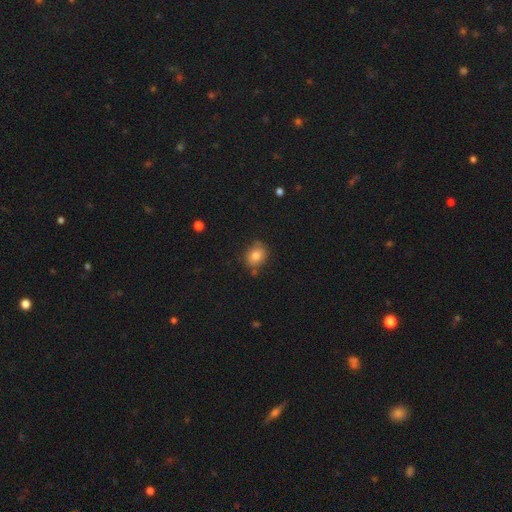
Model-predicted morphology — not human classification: A smooth galaxy with no disk features (79%) that is round (53%). Merging: none (73%).